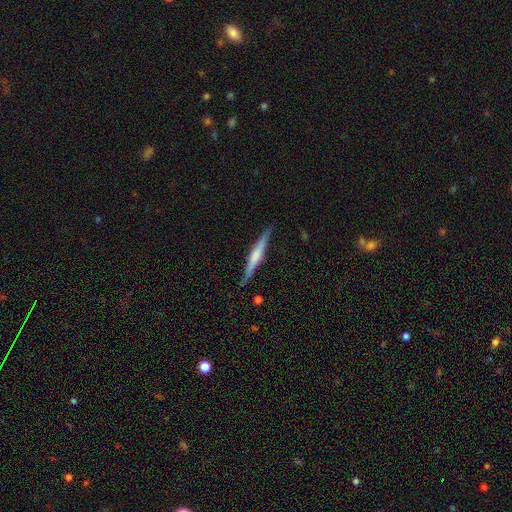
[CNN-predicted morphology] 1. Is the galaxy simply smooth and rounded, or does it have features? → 68% featured or disk, 27% smooth, 6% star or artifact.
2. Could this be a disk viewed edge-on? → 98% yes, 2% no.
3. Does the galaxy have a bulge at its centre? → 55% rounded, 26% boxy, 19% none.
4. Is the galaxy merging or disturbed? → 88% none, 9% minor disturbance, 2% major disturbance, 1% merger.